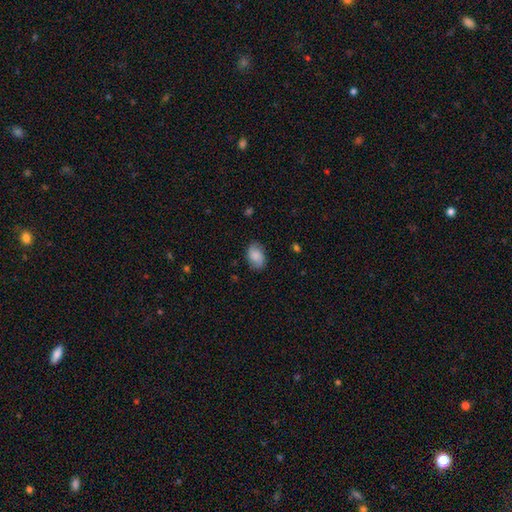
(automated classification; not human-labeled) A smooth galaxy with no disk features (77%) that is in between round and cigar-shaped (83%).

Vote fractions:
- Smooth or featured? smooth: 77% / featured or disk: 16% / star or artifact: 8%
- How rounded? in between: 83% / round: 16% / cigar-shaped: 1%
- Merging? none: 79% / minor disturbance: 16% / major disturbance: 4% / merger: 1%